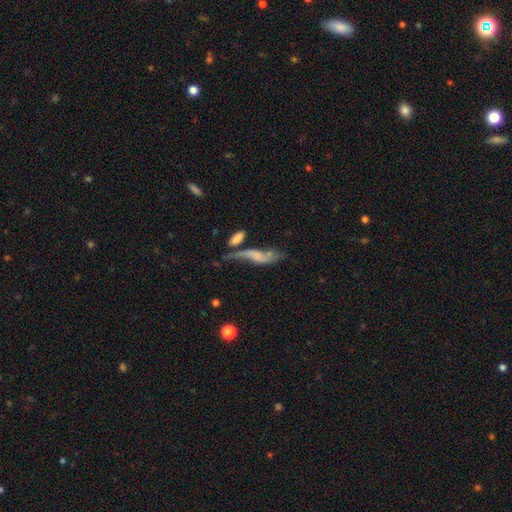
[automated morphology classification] Smooth or featured?
  - smooth: 45% * (tied)
  - featured or disk: 45% * (tied)
  - star or artifact: 10%
Merging?
  - merger: 30% *
  - none: 28%
  - major disturbance: 22%
  - minor disturbance: 20%